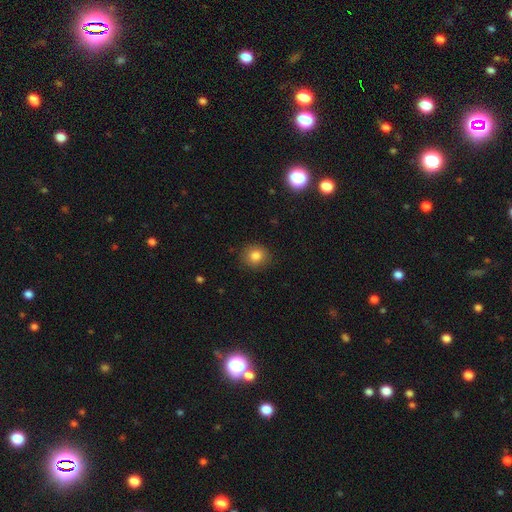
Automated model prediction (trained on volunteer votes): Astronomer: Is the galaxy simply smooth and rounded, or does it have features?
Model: smooth — 83%.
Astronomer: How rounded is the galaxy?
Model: round — 82%.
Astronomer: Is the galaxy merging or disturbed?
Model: none — 88%.